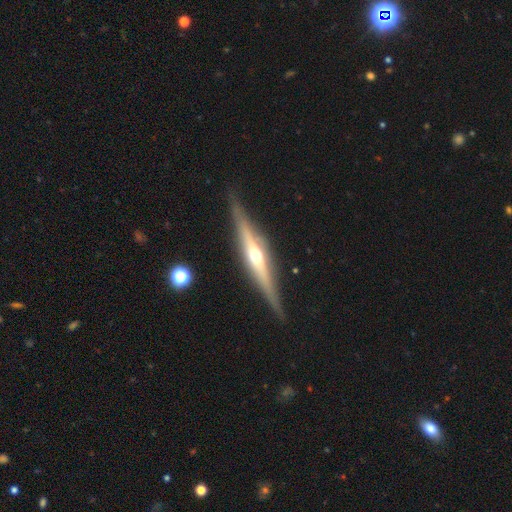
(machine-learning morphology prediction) featured or disk 77%, smooth 17%, star or artifact 6%. Down the decision tree: edge-on disk — yes (96%); edge-on bulge — rounded (89%); merging — none (86%).